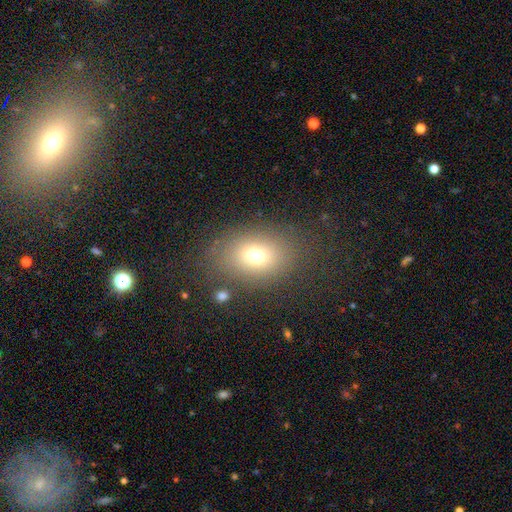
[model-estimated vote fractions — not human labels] This is likely a smooth galaxy (72%). How rounded: likely in between (70%). Merging: likely none (79%).